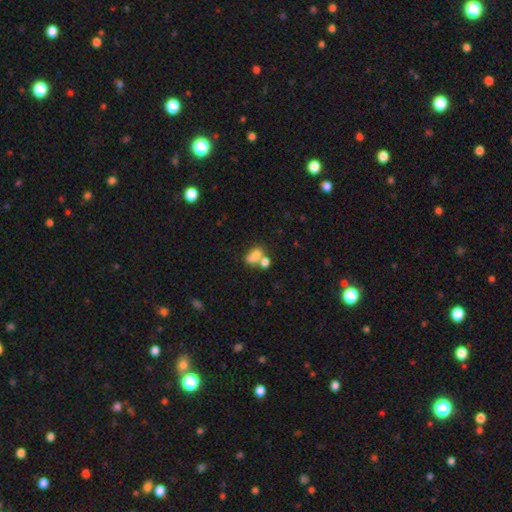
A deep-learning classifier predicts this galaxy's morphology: Smooth or featured? smooth (74%)
How rounded? in between (76%)
Merging? merger (53%)